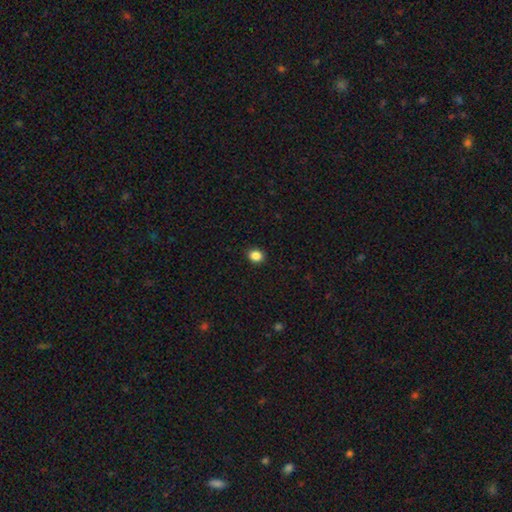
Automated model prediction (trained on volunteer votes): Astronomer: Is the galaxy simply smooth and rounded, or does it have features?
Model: smooth — 85%.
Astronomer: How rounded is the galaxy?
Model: round — 68%.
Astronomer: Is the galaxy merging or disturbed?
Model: none — 91%.